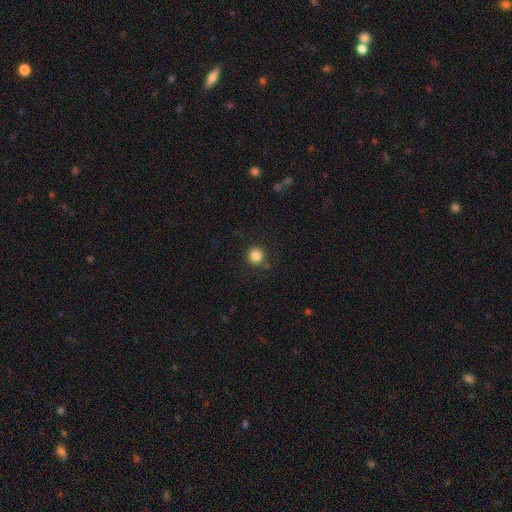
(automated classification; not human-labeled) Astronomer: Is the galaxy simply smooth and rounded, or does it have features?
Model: smooth — 84%.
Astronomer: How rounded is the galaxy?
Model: round — 95%.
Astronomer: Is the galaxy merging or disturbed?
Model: none — 87%.